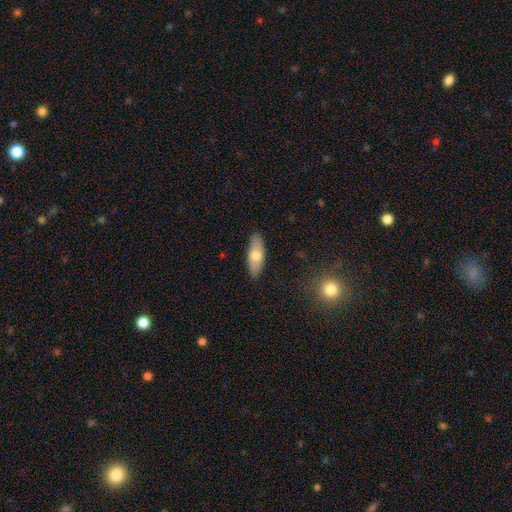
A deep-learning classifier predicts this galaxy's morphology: This is likely a smooth galaxy (69%). How rounded: likely in between (72%). Merging: clearly none (87%).